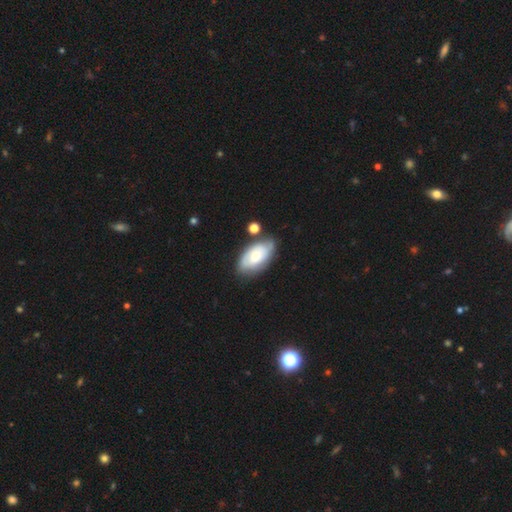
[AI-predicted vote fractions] Overall: featured or disk (54%; smooth 40%). Edge-on disk: no (93%). Merging: none (63%).